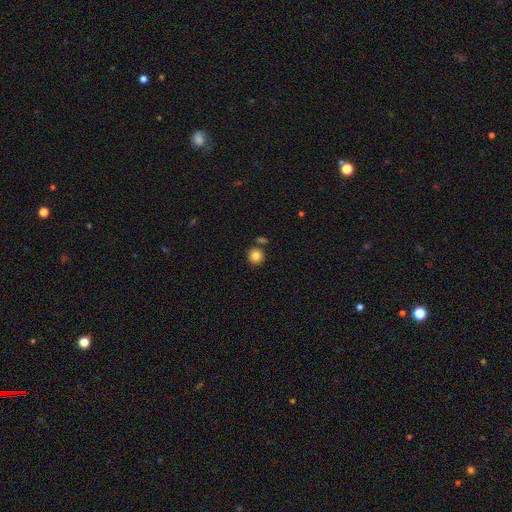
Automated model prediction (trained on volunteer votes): Smooth or featured: smooth — 84% (star or artifact — 11%)
How rounded: round — 93% (in between — 6%)
Merging: none — 80% (merger — 10%)